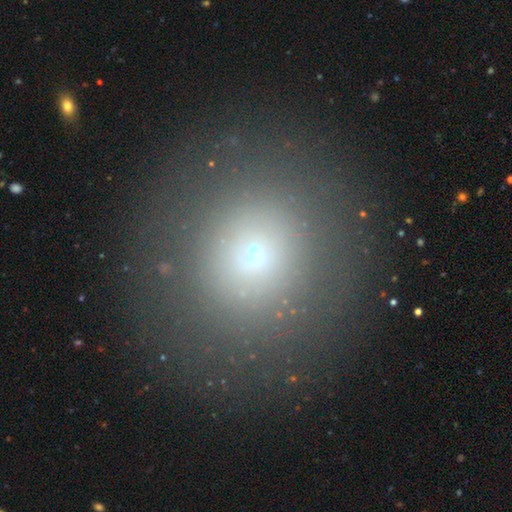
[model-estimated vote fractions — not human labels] Smooth or featured? Predicted: smooth (p=0.65). How rounded? Predicted: round (p=0.89). Merging? Predicted: none (p=0.86).